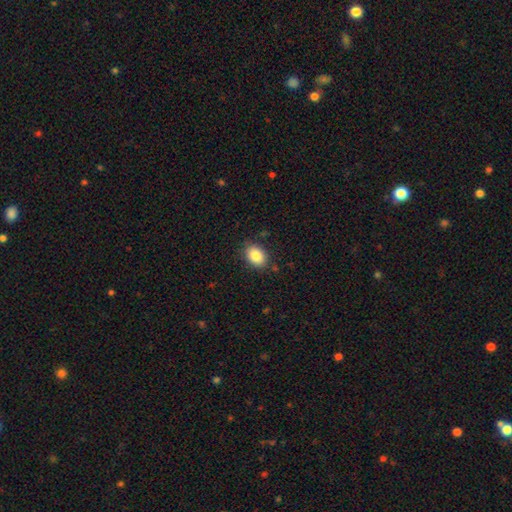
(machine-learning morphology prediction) A smooth galaxy with no disk features (85%) that is in between round and cigar-shaped (74%). Merging: none (86%).